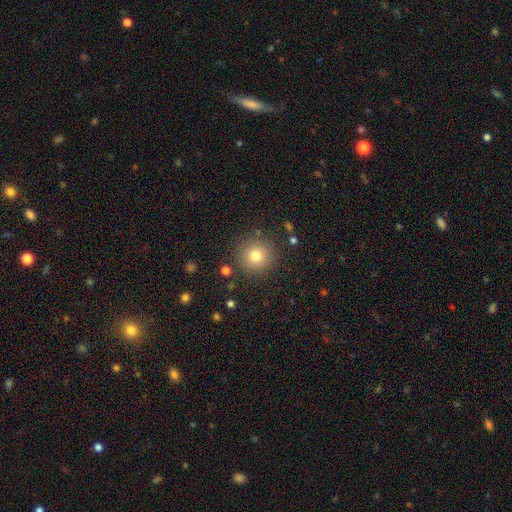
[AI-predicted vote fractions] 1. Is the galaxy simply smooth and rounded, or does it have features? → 78% smooth, 13% star or artifact, 9% featured or disk.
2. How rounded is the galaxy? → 94% round, 5% in between, 1% cigar-shaped.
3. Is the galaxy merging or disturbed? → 88% none, 7% minor disturbance, 3% major disturbance, 2% merger.